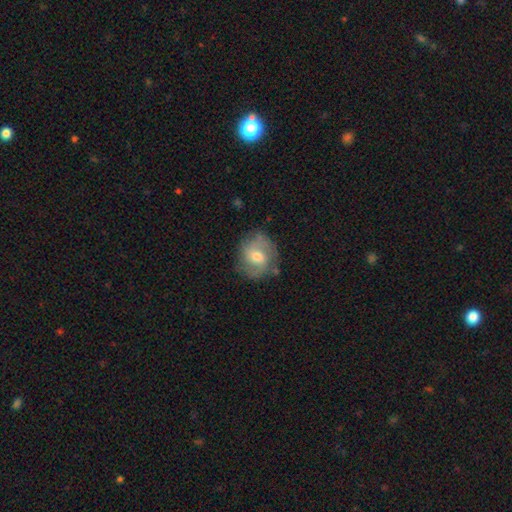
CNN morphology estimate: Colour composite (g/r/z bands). It shows a featured or disk galaxy (58%) with no bar (54%), spiral arms (82%) and a moderate central bulge (65%). Merging: none (73%).